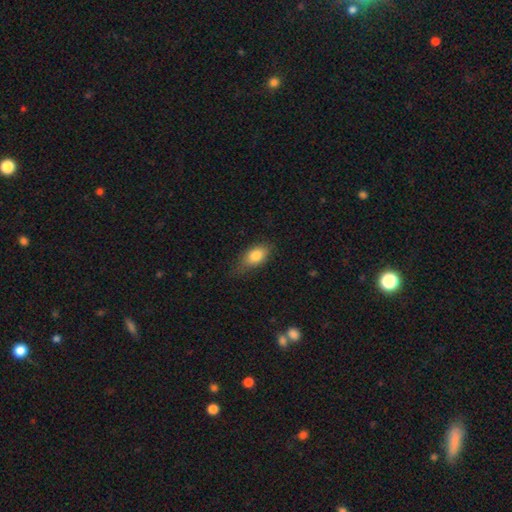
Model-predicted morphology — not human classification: Smooth or featured? smooth (80%)
How rounded? in between (86%)
Merging? none (64%)